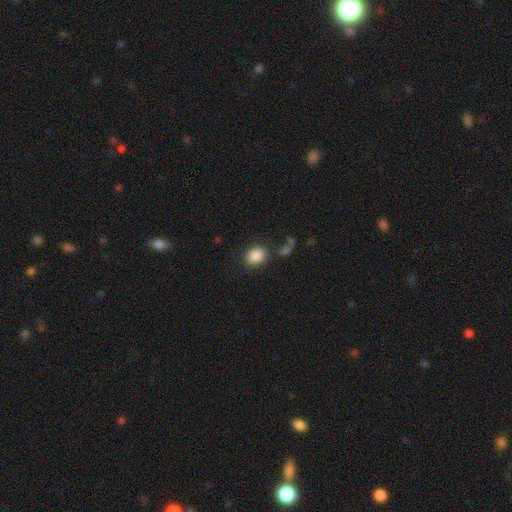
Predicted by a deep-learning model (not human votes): Q: Smooth or featured?
A: smooth (87%); runner-up: star or artifact (9%)
Q: How rounded?
A: round (58%); runner-up: in between (41%)
Q: Merging?
A: none (79%); runner-up: minor disturbance (11%)